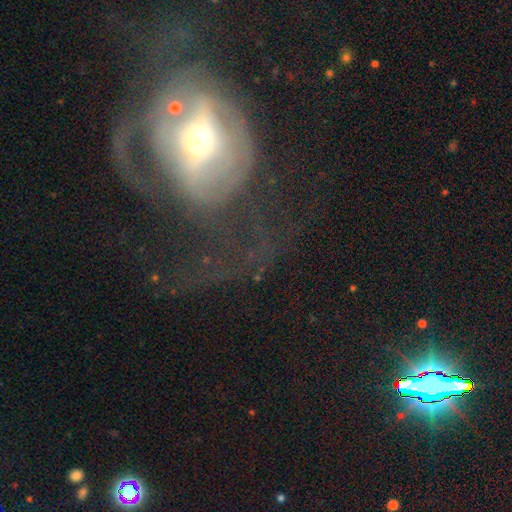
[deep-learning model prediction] Smooth or featured? Predicted: featured or disk (p=0.63). Edge-on disk? Predicted: no (p=0.92). Bar? Predicted: no (p=0.49). Spiral arms? Predicted: no (p=0.52). Bulge size? Predicted: moderate (p=0.64). Merging? Predicted: major disturbance (p=0.53).